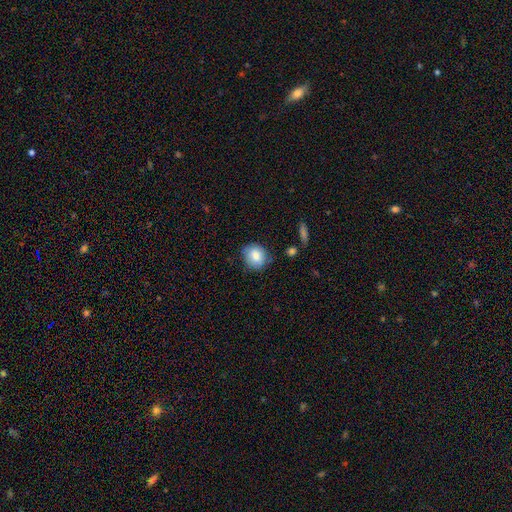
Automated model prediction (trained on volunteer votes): A smooth galaxy with no disk features (81%) that is round (71%).

Vote fractions:
- Smooth or featured? smooth: 81% / featured or disk: 11% / star or artifact: 8%
- How rounded? round: 71% / in between: 28% / cigar-shaped: 1%
- Merging? none: 78% / minor disturbance: 17% / major disturbance: 3% / merger: 2%